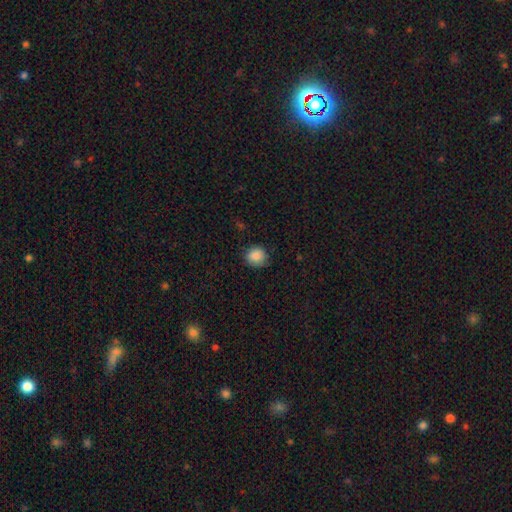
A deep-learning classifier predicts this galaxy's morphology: smooth_or_featured: smooth (p=0.87) [alt: star or artifact p=0.09]
how_rounded: round (p=0.84) [alt: in between p=0.15]
merging: none (p=0.77) [alt: minor disturbance p=0.18]